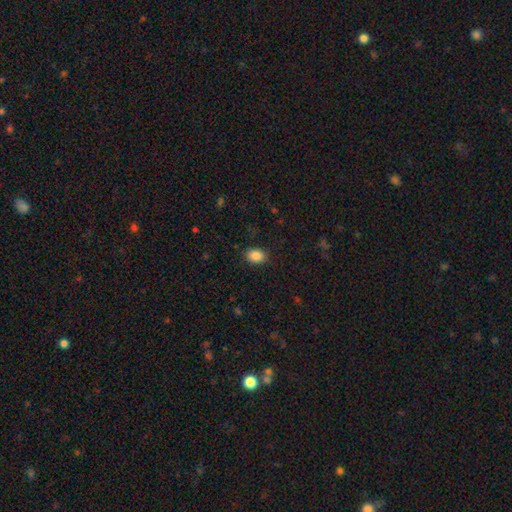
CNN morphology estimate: Overall: smooth (87%). How rounded: in between (76%). Merging: none (87%).